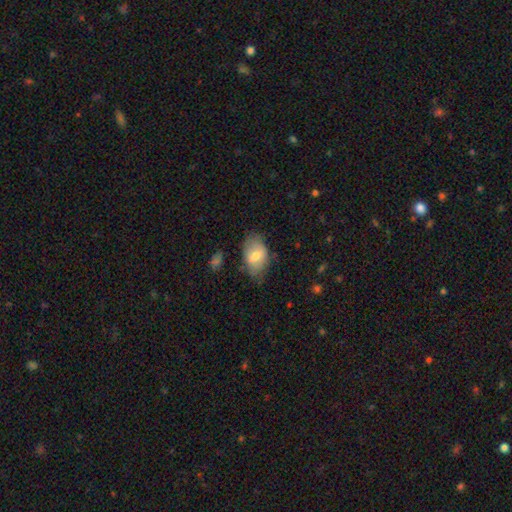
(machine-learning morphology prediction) type=smooth (69%); roundness=in between (89%); merging=none (61%).